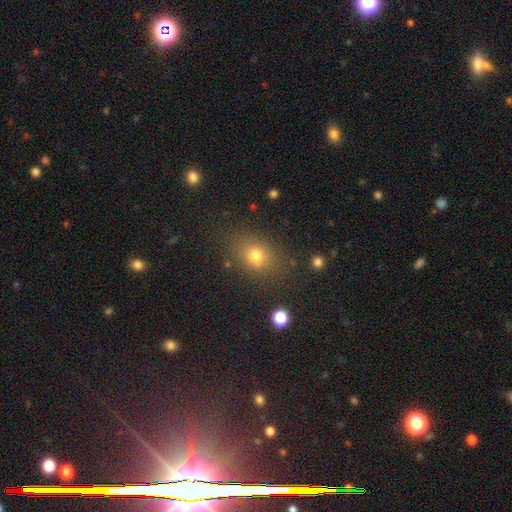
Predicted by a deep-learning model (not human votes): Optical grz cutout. It shows a smooth galaxy with no disk features (72%) that is in between round and cigar-shaped (56%). Merging: none (79%).